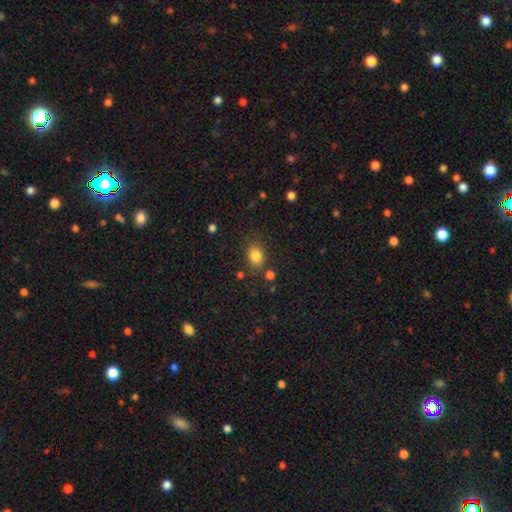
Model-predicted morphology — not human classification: Q: Smooth or featured?
A: smooth (83%); runner-up: star or artifact (11%)
Q: How rounded?
A: in between (68%); runner-up: round (31%)
Q: Merging?
A: none (77%); runner-up: minor disturbance (14%)